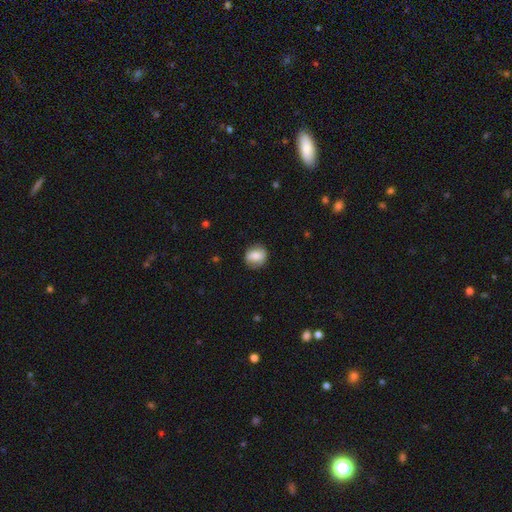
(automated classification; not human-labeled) smooth 75%, featured or disk 17%, star or artifact 8%. Down the decision tree: how rounded — round (78%); merging — none (85%).